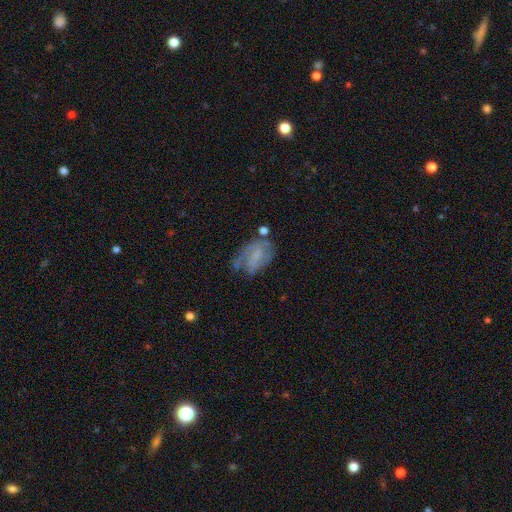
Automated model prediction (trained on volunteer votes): Morphology: type=featured or disk (51%); edge-on=no (96%); merging=none (41%).